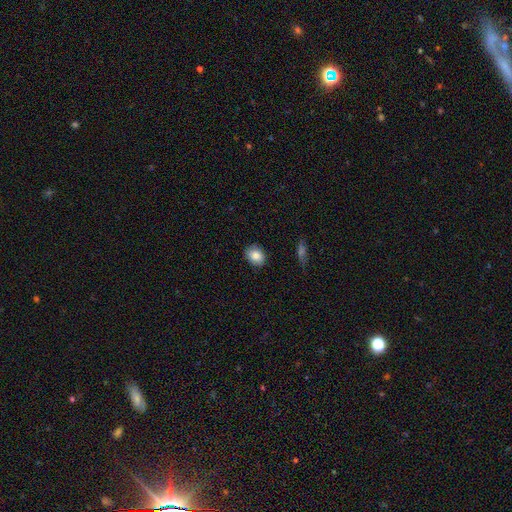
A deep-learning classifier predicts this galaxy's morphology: smooth 85%, star or artifact 8%, featured or disk 7%. Down the decision tree: how rounded — in between (56%); merging — none (85%).